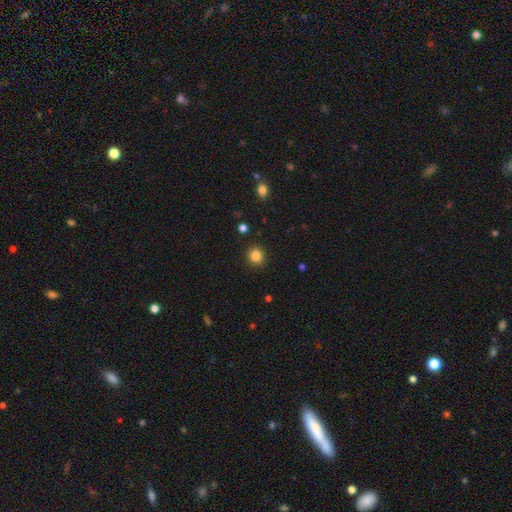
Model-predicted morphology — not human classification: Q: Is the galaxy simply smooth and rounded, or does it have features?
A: smooth — 85%.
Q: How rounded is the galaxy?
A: round — 90%.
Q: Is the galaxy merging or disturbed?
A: none — 91%.